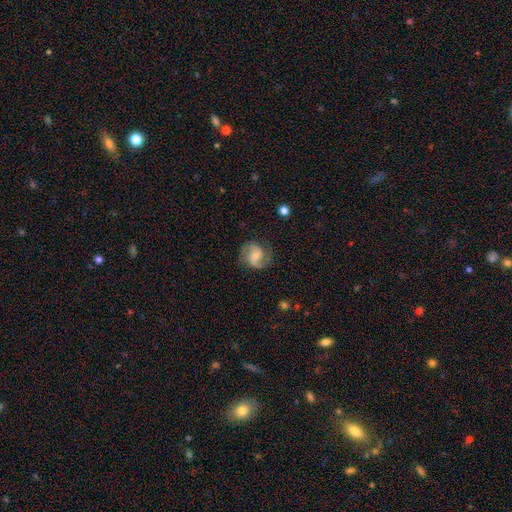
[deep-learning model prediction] A featured or disk galaxy (80%) with no bar (45%), 2 (91%) medium (50%) spiral arms (96%) and a small central bulge (47%, tied with moderate). Merging: none (79%).